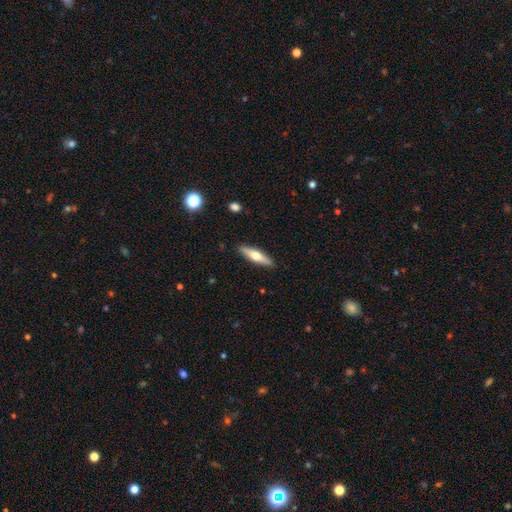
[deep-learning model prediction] Smooth or featured: smooth — 48% (featured or disk — 46%)
Merging: none — 90% (minor disturbance — 8%)